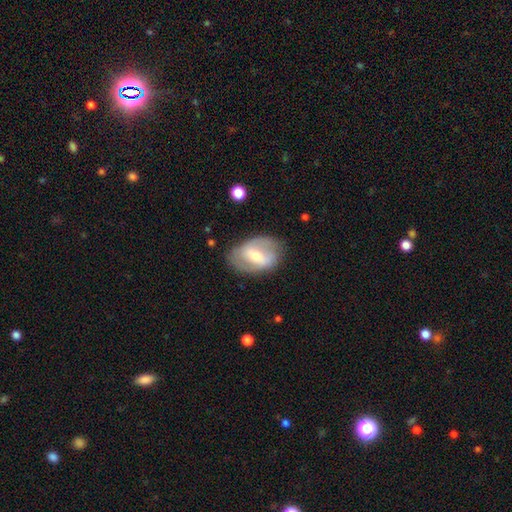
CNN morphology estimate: A featured or disk galaxy (56%) with a weak bar (42%), spiral arms (53%) and a moderate central bulge (60%).

Vote fractions:
- Smooth or featured? featured or disk: 56% / smooth: 37% / star or artifact: 6%
- Edge-on disk? no: 93% / yes: 7%
- Bar? weak: 42% / strong: 41% / no: 17%
- Spiral arms? yes: 53% / no: 47%
- Bulge size? moderate: 60% / small: 31% / large: 6% / none: 2% / dominant: 1%
- Merging? none: 71% / minor disturbance: 20% / major disturbance: 7% / merger: 1%